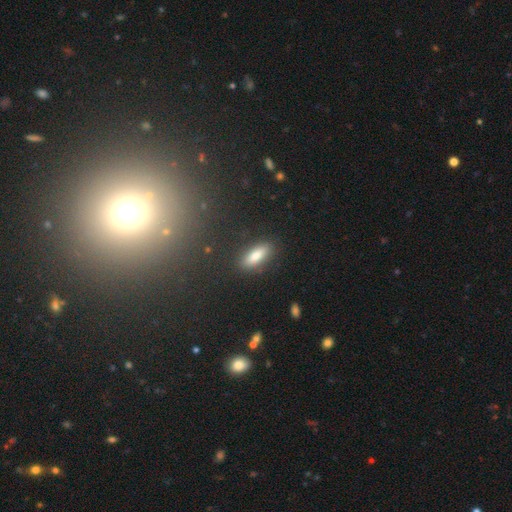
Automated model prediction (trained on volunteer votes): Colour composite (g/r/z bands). It shows a smooth galaxy with no disk features (78%) that is in between round and cigar-shaped (64%). Merging: none (88%).